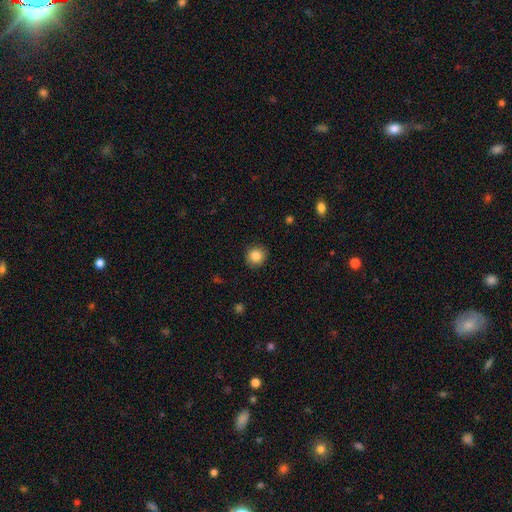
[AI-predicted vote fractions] Smooth or featured? smooth (85%)
How rounded? round (90%)
Merging? none (89%)